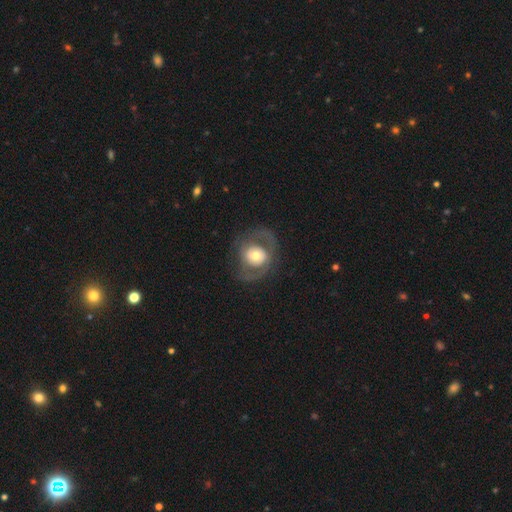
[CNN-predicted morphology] type=featured or disk (61%); edge-on=no (96%); bar=no (75%); spiral arms=yes (55%); bulge=moderate (62%); merging=none (62%).